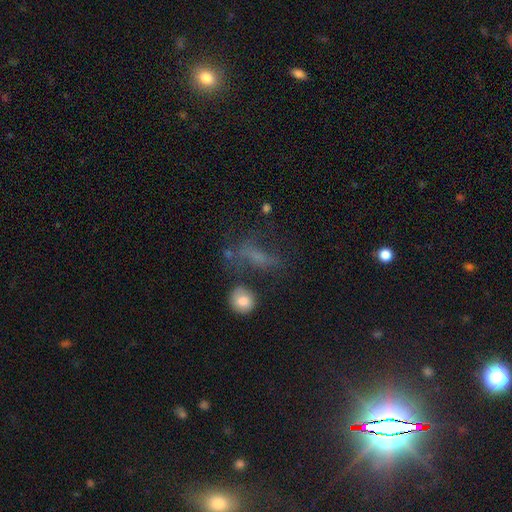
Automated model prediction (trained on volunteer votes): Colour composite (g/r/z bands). It shows a smooth galaxy with no disk features (42%). Merging: none (46%).